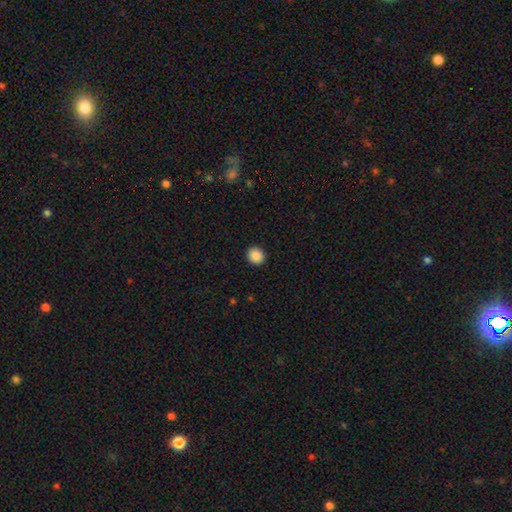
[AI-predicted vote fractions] Smooth or featured?
  - smooth: 88% *
  - star or artifact: 9%
  - featured or disk: 3%
How rounded?
  - round: 84% *
  - in between: 15%
  - cigar-shaped: 1%
Merging?
  - none: 92% *
  - minor disturbance: 5%
  - major disturbance: 2%
  - merger: 1%